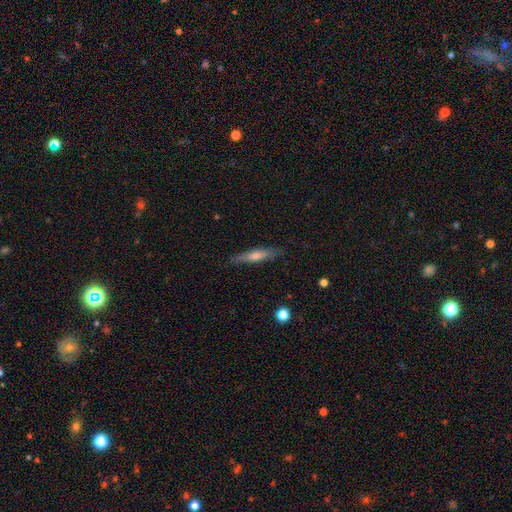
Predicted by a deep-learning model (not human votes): This appears to be a featured or disk galaxy (49%). Merging: none (84%).